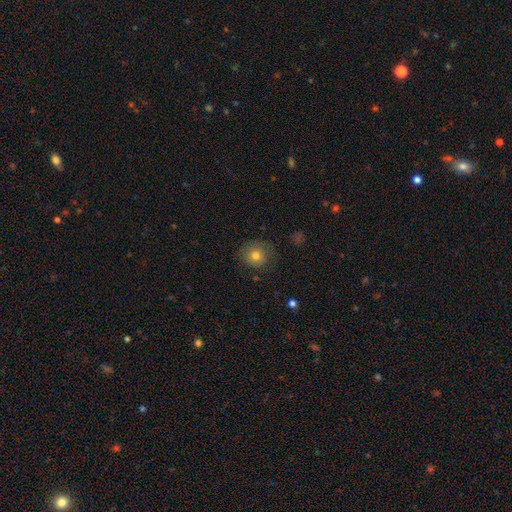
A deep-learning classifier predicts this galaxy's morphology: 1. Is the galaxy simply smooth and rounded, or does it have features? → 77% smooth, 12% featured or disk, 11% star or artifact.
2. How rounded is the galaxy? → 89% round, 10% in between, 1% cigar-shaped.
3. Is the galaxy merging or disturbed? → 76% none, 17% minor disturbance, 6% major disturbance, 1% merger.